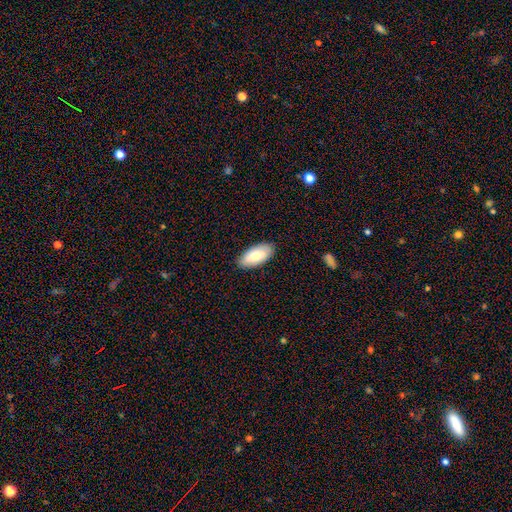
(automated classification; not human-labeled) Smooth or featured?
  - smooth: 83% *
  - featured or disk: 12%
  - star or artifact: 6%
How rounded?
  - in between: 91% *
  - cigar-shaped: 7%
  - round: 2%
Merging?
  - none: 86% *
  - minor disturbance: 11%
  - major disturbance: 2%
  - merger: 1%